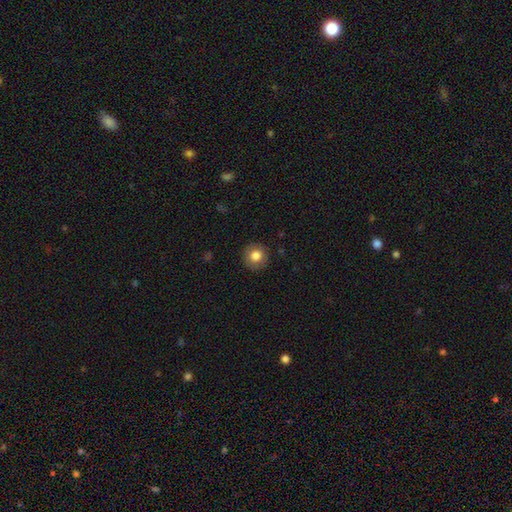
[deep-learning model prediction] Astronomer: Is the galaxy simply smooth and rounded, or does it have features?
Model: smooth — 81%.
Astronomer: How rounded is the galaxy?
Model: round — 94%.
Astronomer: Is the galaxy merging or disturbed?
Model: none — 90%.